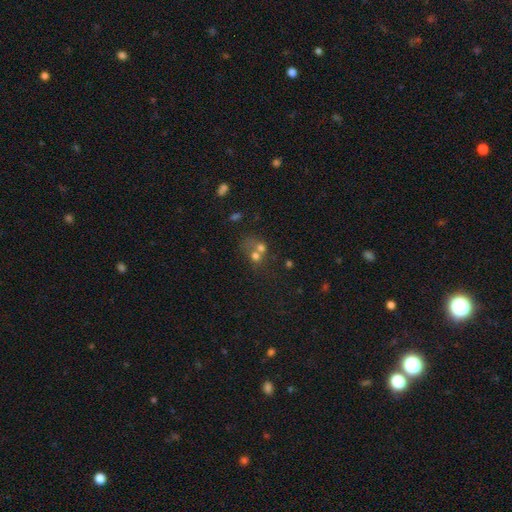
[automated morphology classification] Q: Smooth or featured?
A: smooth (61%); runner-up: featured or disk (22%)
Q: How rounded?
A: round (70%); runner-up: in between (29%)
Q: Merging?
A: merger (62%); runner-up: none (25%)